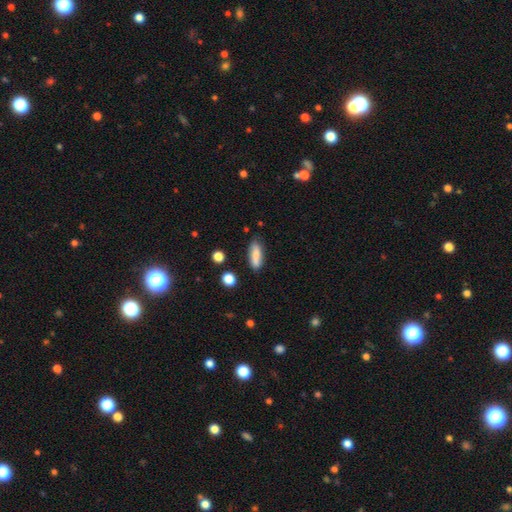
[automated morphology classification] This is clearly a smooth galaxy (82%). How rounded: possibly in between (53%). Merging: likely none (74%).